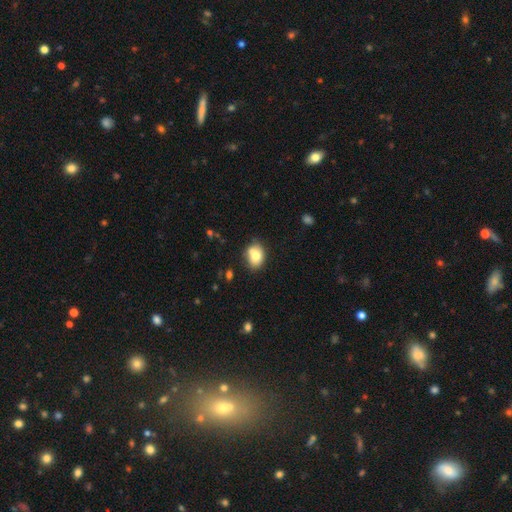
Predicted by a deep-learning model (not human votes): This is likely a smooth galaxy (74%). How rounded: likely in between (62%). Merging: possibly none (60%).